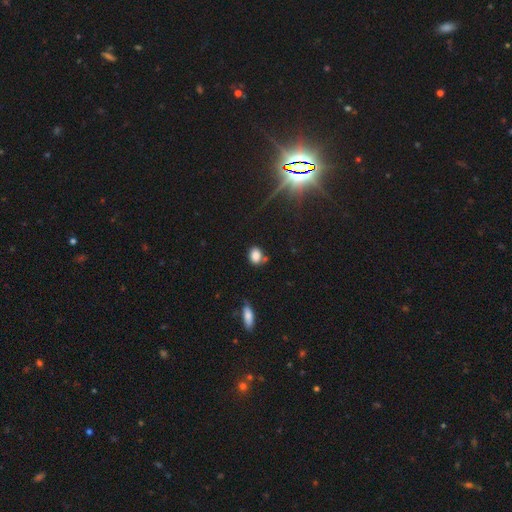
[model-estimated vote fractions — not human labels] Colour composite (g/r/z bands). It shows a smooth galaxy with no disk features (81%) that is in between round and cigar-shaped (63%). Merging: none (65%).